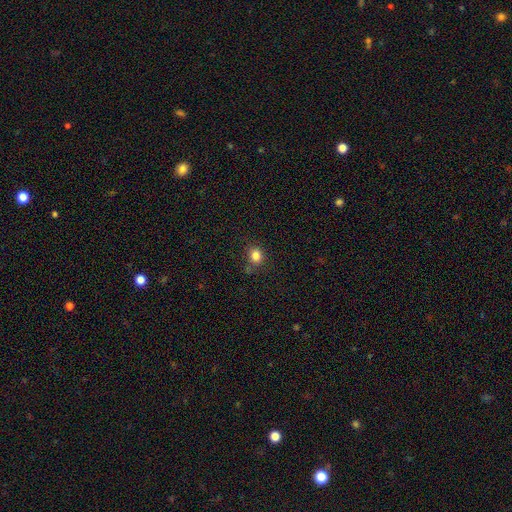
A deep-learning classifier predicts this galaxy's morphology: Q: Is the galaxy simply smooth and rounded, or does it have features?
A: smooth — 82%.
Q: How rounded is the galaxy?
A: round — 73%.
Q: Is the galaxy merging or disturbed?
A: none — 78%.